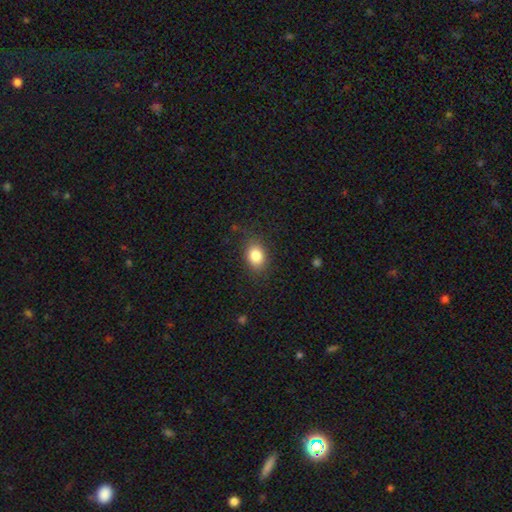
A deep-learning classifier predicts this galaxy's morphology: smooth 84%, star or artifact 9%, featured or disk 7%. Down the decision tree: how rounded — in between (70%); merging — none (82%).